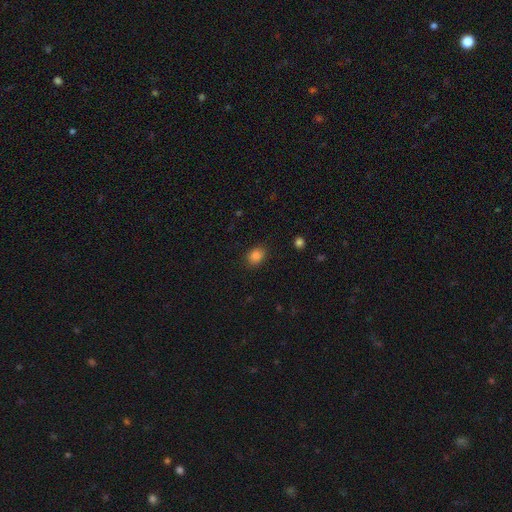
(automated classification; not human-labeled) Smooth or featured: smooth — 86% (star or artifact — 10%)
How rounded: in between — 60% (round — 39%)
Merging: none — 85% (minor disturbance — 11%)